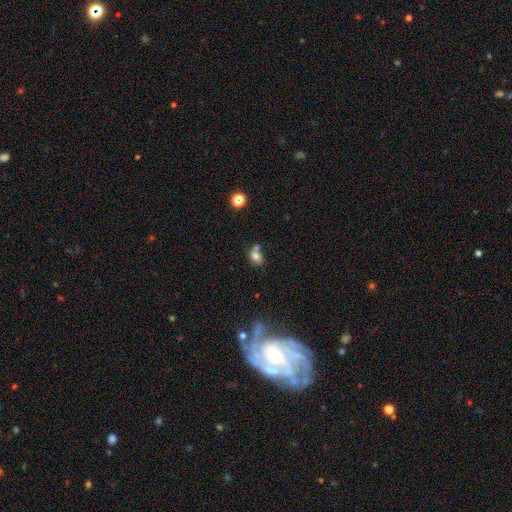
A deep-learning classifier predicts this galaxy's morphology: Smooth or featured? smooth (76%)
How rounded? in between (53%)
Merging? none (45%)